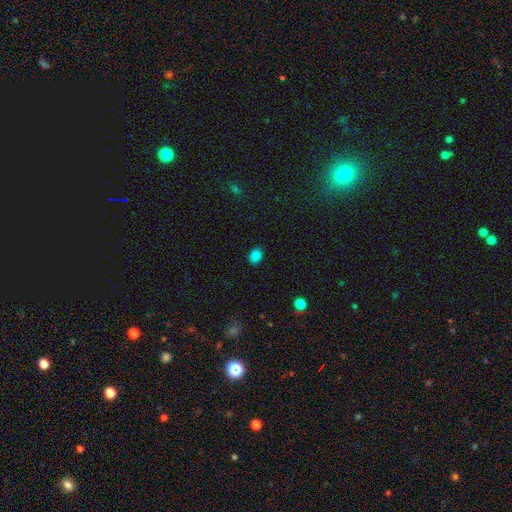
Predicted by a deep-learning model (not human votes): smooth_or_featured: smooth (p=0.83) [alt: star or artifact p=0.13]
how_rounded: in between (p=0.52) [alt: round p=0.47]
merging: none (p=0.86) [alt: minor disturbance p=0.10]